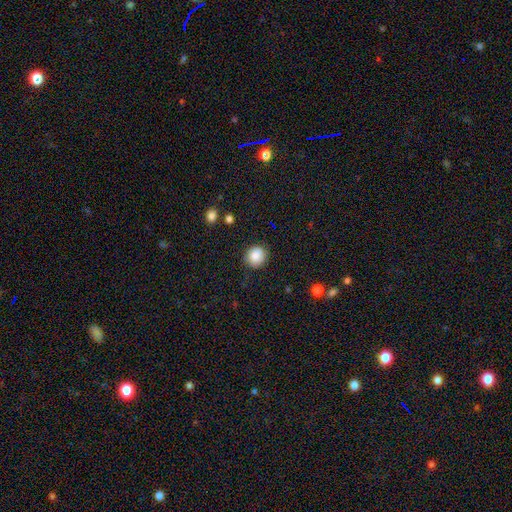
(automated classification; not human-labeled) Smooth or featured: smooth — 85% (star or artifact — 9%)
How rounded: round — 86% (in between — 14%)
Merging: none — 86% (minor disturbance — 10%)